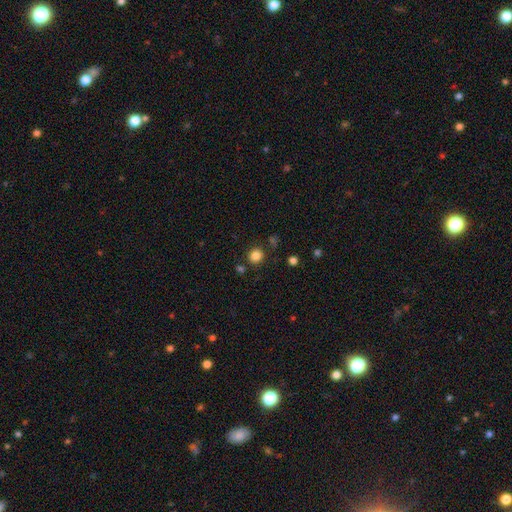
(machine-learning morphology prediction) Smooth or featured? smooth (84%)
How rounded? round (89%)
Merging? none (84%)